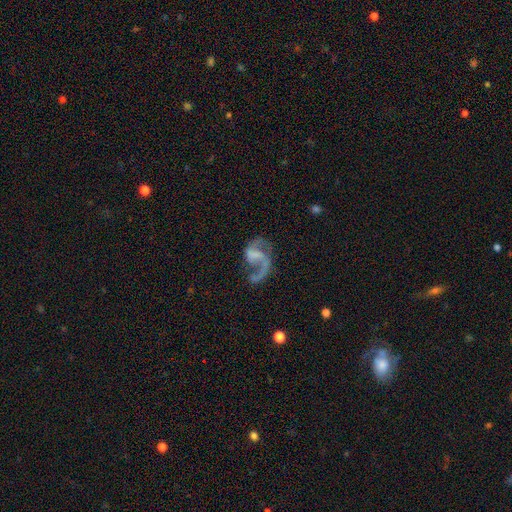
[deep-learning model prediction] Overall: featured or disk (83%). Edge-on disk: no (98%). Bar: weak (45%; no 35%). Spiral arms: yes (91%). Spiral arm count: 2 (58%; 1 36%). Spiral winding: loose (61%; medium 32%). Bulge size: none (57%; small 22%). Merging: none (41%; major disturbance 37%).